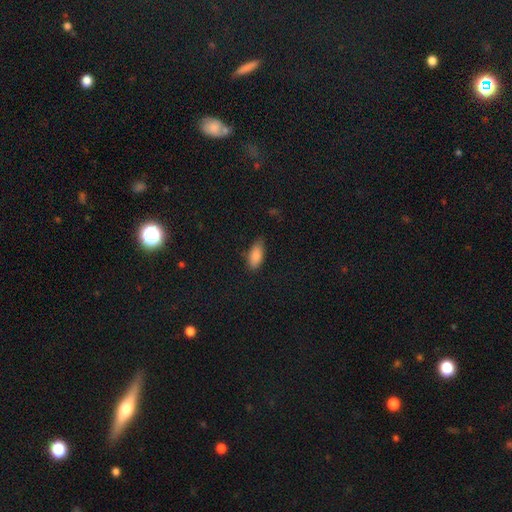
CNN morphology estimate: This appears to be a smooth galaxy with no disk features (87%) that is in between round and cigar-shaped (87%). Merging: none (73%).